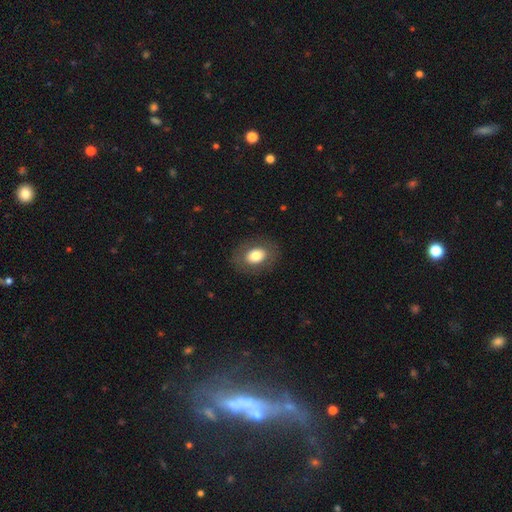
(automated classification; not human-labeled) Morphology: type=smooth (74%); roundness=in between (68%); merging=none (84%).